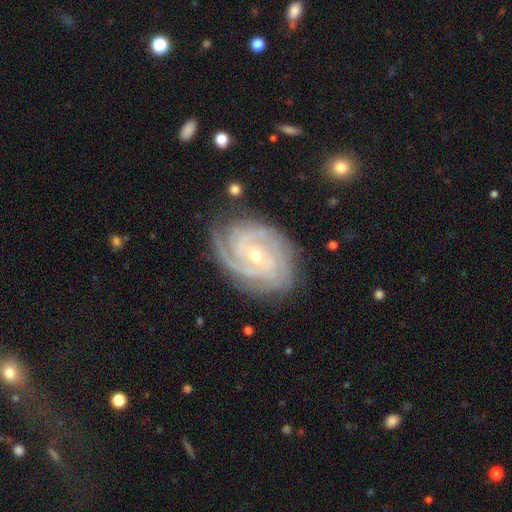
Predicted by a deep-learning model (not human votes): Morphology: type=featured or disk (92%); edge-on=no (97%); bar=no (56%); spiral arms=yes (98%); winding=tight (79%); arm count=3 (34%); bulge=small (58%); merging=none (79%).